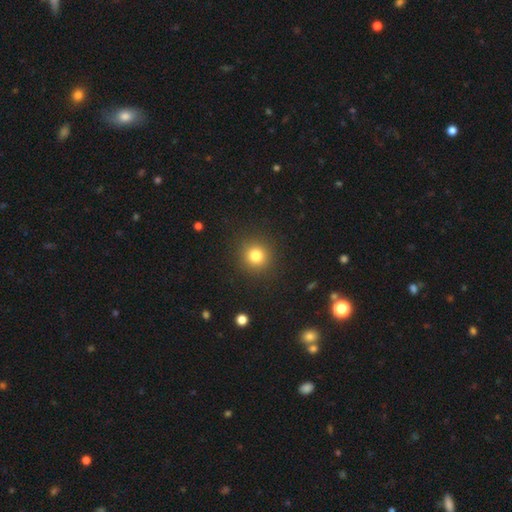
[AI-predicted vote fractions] smooth_or_featured: smooth (p=0.80) [alt: star or artifact p=0.13]
how_rounded: round (p=0.94) [alt: in between p=0.06]
merging: none (p=0.91) [alt: minor disturbance p=0.06]